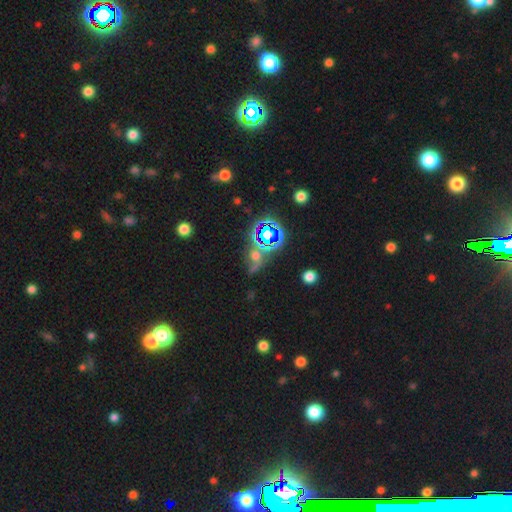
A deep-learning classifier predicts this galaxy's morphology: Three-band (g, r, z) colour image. It shows a star or artifact, not a galaxy (50%).